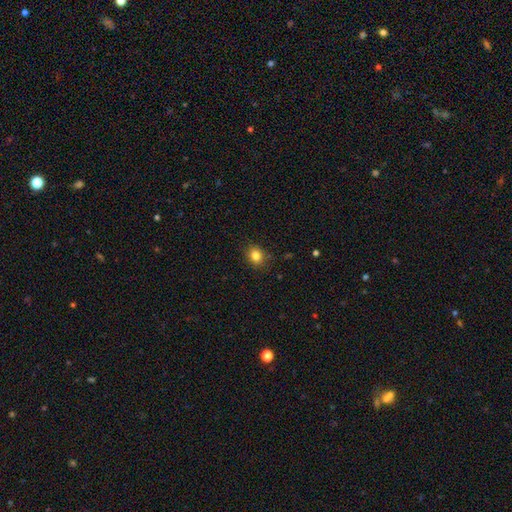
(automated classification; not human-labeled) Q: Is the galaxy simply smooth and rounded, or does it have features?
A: smooth — 83%.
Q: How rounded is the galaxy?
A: round — 67%.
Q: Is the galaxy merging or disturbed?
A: none — 87%.